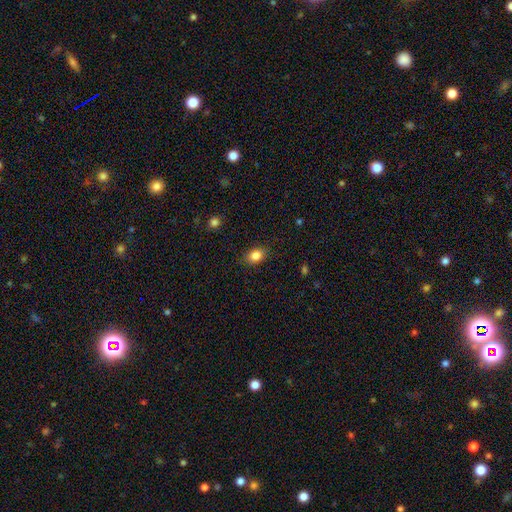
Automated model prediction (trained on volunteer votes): Smooth or featured? smooth (84%)
How rounded? in between (65%)
Merging? none (86%)